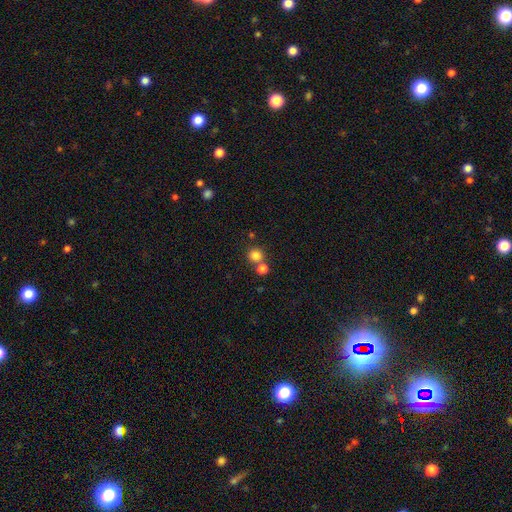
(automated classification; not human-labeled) Smooth or featured? Predicted: smooth (p=0.81). How rounded? Predicted: round (p=0.92). Merging? Predicted: none (p=0.66).